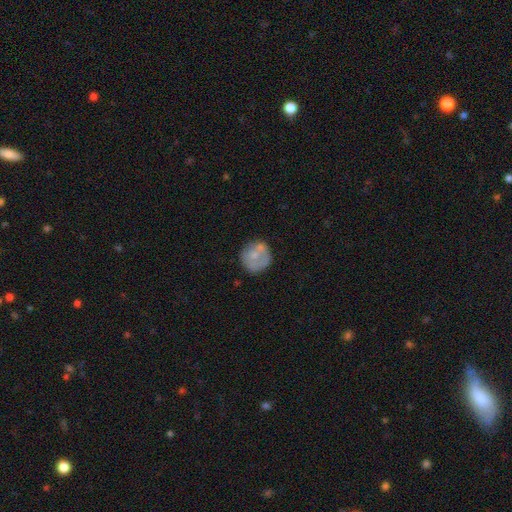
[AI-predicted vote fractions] This appears to be a smooth galaxy with no disk features (63%) that is round (86%). Merging: none (61%).